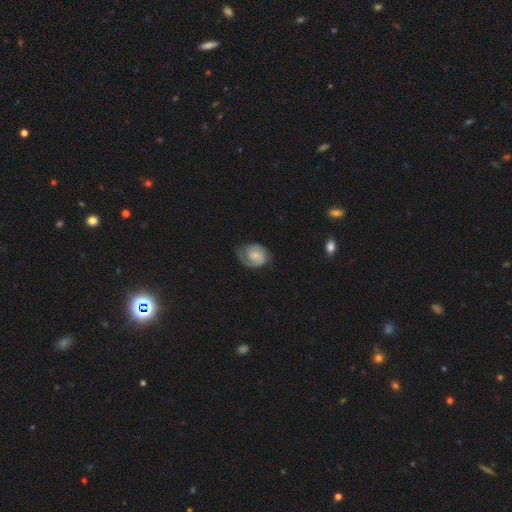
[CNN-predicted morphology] Smooth or featured?
  - featured or disk: 65% *
  - smooth: 29%
  - star or artifact: 6%
Edge-on disk?
  - no: 97% *
  - yes: 3%
Bar?
  - no: 64% *
  - weak: 31%
  - strong: 5%
Spiral arms?
  - yes: 93% *
  - no: 7%
Spiral winding?
  - tight: 50% *
  - medium: 36%
  - loose: 14%
Spiral arm count?
  - 2: 59% *
  - 1: 26%
  - can't tell: 11%
  - 3: 2%
  - 4: 1%
  - more than 4: 1%
Bulge size?
  - small: 53% *
  - moderate: 32%
  - none: 11%
  - large: 4%
  - dominant: 1%
Merging?
  - none: 60% *
  - minor disturbance: 26%
  - major disturbance: 12%
  - merger: 1%